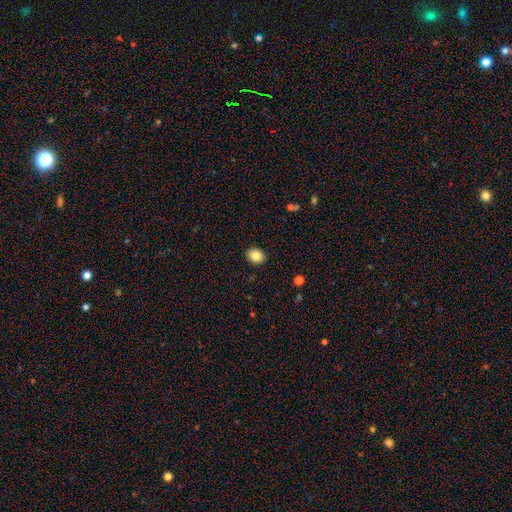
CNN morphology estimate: A smooth galaxy with no disk features (84%) that is in between round and cigar-shaped (57%).

Vote fractions:
- Smooth or featured? smooth: 84% / star or artifact: 9% / featured or disk: 7%
- How rounded? in between: 57% / round: 42% / cigar-shaped: 1%
- Merging? none: 91% / minor disturbance: 7% / major disturbance: 2% / merger: 1%